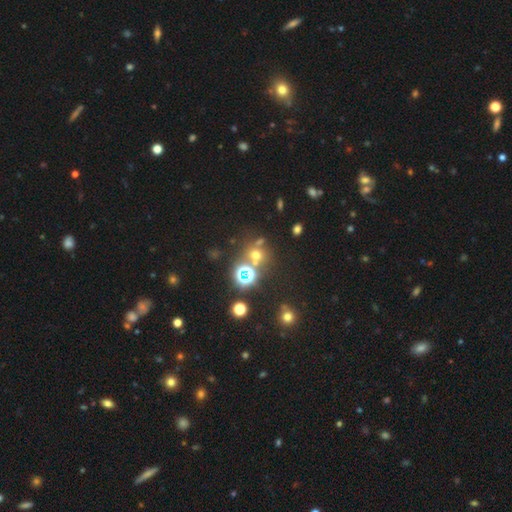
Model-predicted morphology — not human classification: smooth_or_featured: smooth (p=0.47) [alt: star or artifact p=0.43]
merging: none (p=0.66) [alt: merger p=0.20]